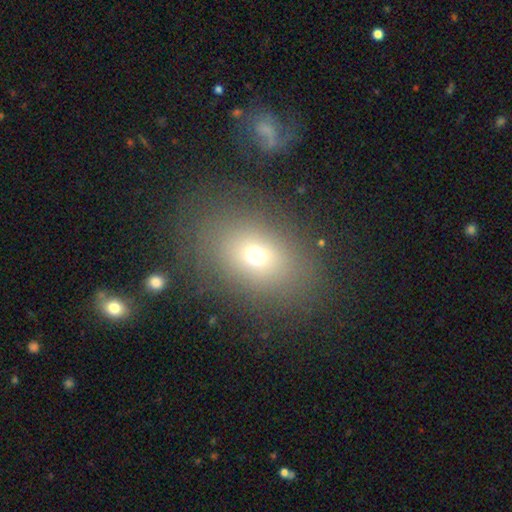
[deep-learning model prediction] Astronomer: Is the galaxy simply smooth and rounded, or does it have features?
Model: smooth — 66%.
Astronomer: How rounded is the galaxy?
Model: in between — 66%.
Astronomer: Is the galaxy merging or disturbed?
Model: none — 77%.